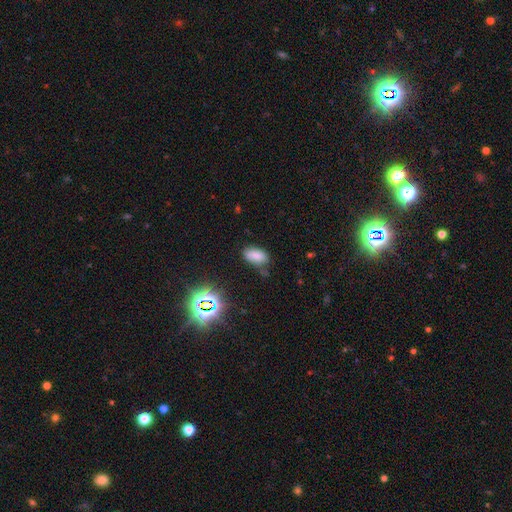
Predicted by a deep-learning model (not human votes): The model was most divided on "merging": none: 67%, minor disturbance: 23%, major disturbance: 6%, merger: 4%. More confident: how rounded — in between (92%); smooth or featured — smooth (76%).